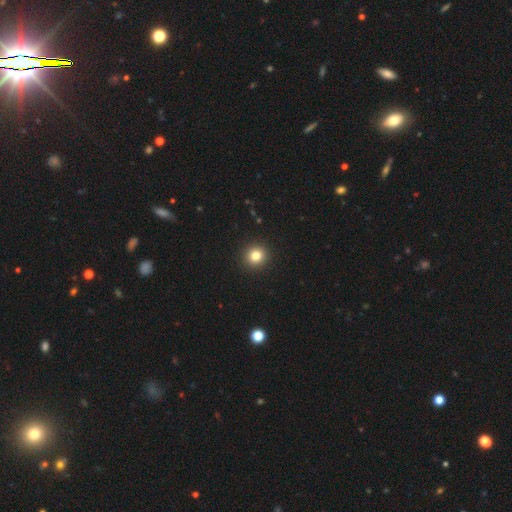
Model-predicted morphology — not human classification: A smooth galaxy with no disk features (82%) that is round (92%).

Vote fractions:
- Smooth or featured? smooth: 82% / star or artifact: 12% / featured or disk: 6%
- How rounded? round: 92% / in between: 7% / cigar-shaped: 1%
- Merging? none: 93% / minor disturbance: 4% / major disturbance: 2% / merger: 1%